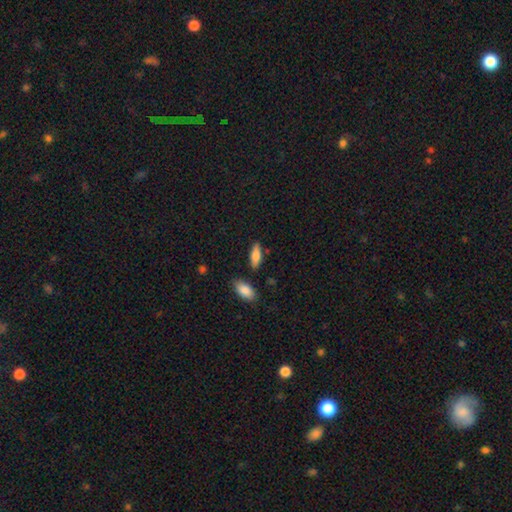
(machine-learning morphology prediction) smooth 78%, featured or disk 15%, star or artifact 6%. Down the decision tree: how rounded — in between (69%); merging — none (80%).